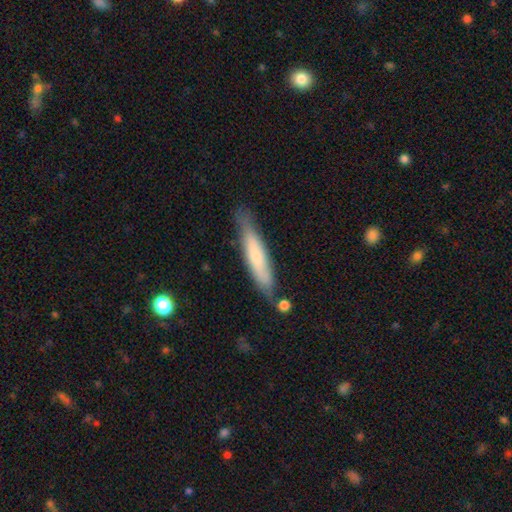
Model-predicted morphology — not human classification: Smooth or featured: smooth — 60% (featured or disk — 34%)
How rounded: cigar-shaped — 85% (in between — 13%)
Merging: none — 71% (minor disturbance — 20%)